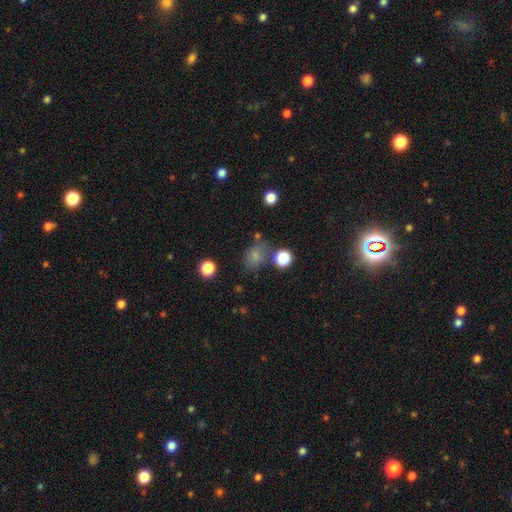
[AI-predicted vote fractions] This appears to be a smooth galaxy with no disk features (78%) that is in between round and cigar-shaped (66%). Merging: none (66%).